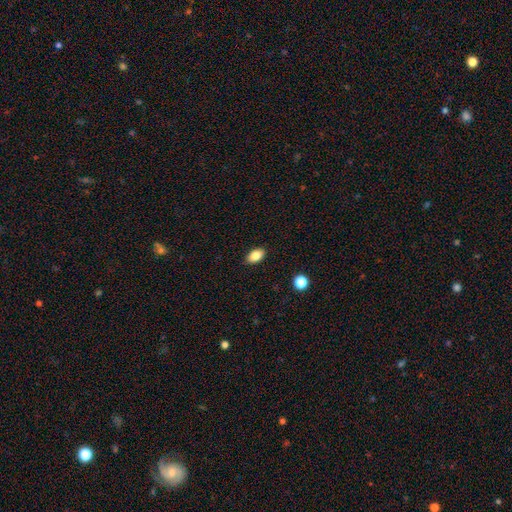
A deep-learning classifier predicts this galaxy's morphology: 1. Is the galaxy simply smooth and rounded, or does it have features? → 84% smooth, 8% star or artifact, 8% featured or disk.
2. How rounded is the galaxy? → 91% in between, 7% round, 2% cigar-shaped.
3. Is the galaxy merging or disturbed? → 88% none, 9% minor disturbance, 2% major disturbance, 1% merger.